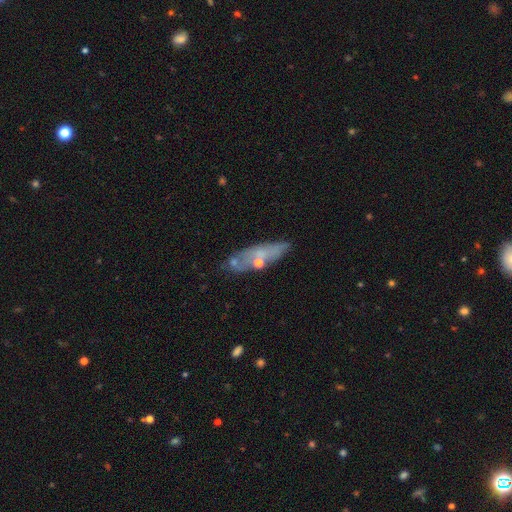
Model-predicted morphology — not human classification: type=featured or disk (48%); merging=none (65%).